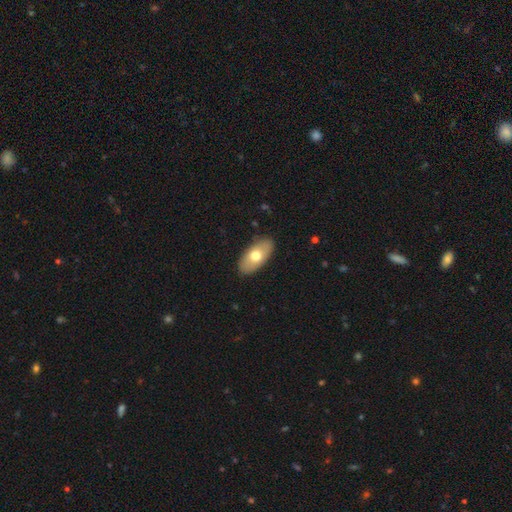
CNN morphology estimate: A smooth galaxy with no disk features (67%) that is in between round and cigar-shaped (92%).

Vote fractions:
- Smooth or featured? smooth: 67% / featured or disk: 28% / star or artifact: 6%
- How rounded? in between: 92% / cigar-shaped: 5% / round: 3%
- Merging? none: 88% / minor disturbance: 9% / major disturbance: 2% / merger: 1%